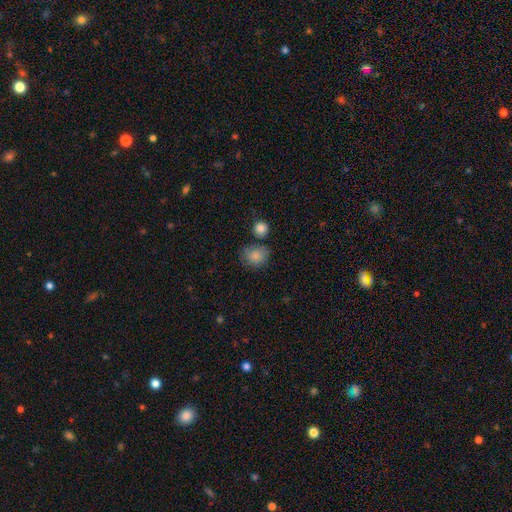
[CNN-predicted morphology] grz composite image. It shows a smooth galaxy with no disk features (82%) that is round (67%). Merging: none (60%).